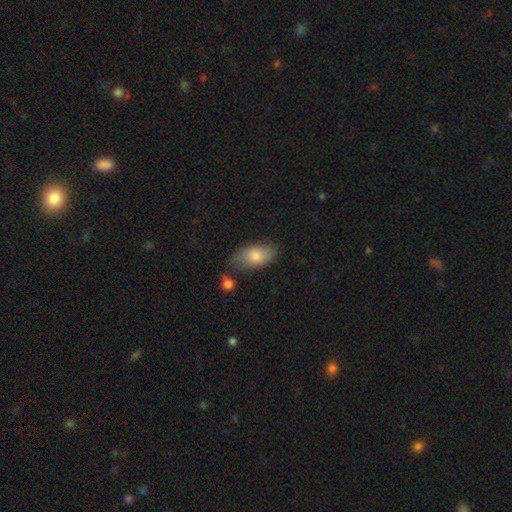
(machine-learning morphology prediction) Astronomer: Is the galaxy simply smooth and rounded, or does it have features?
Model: smooth — 79%.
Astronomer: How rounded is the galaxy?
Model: in between — 92%.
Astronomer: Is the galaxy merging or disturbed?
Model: none — 70%.